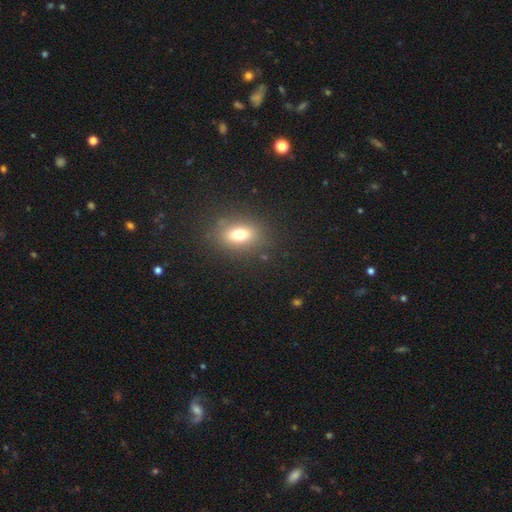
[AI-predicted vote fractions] Overall: smooth (65%). How rounded: in between (70%). Merging: none (90%).